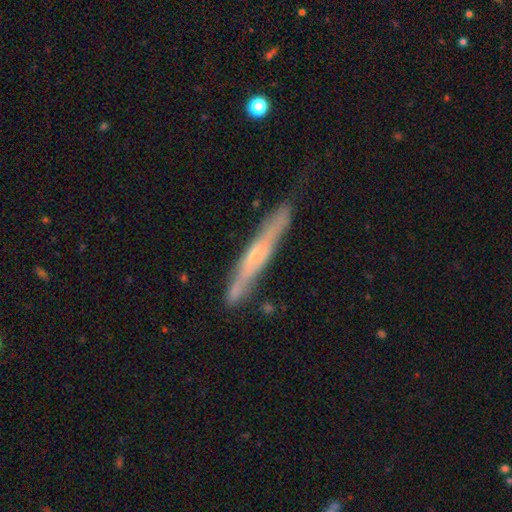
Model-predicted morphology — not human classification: Smooth or featured? Predicted: featured or disk (p=0.66). Edge-on disk? Predicted: yes (p=0.87). Edge-on bulge? Predicted: rounded (p=0.50). Merging? Predicted: none (p=0.74).